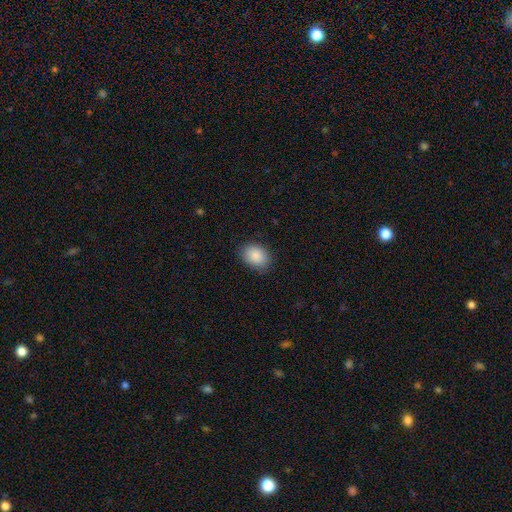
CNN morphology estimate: This appears to be a smooth galaxy with no disk features (88%) that is in between round and cigar-shaped (69%). Merging: none (83%).